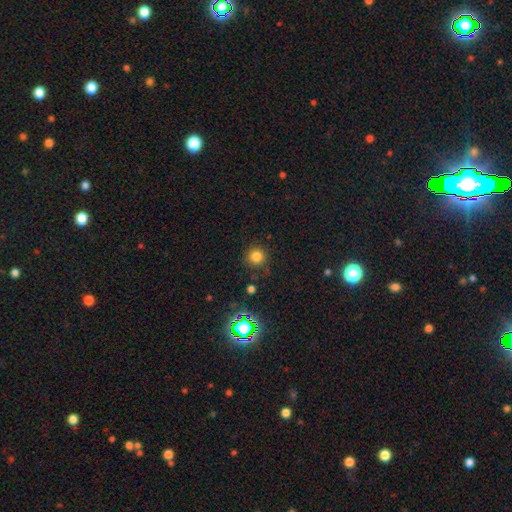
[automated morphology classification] Smooth or featured: smooth — 77% (star or artifact — 17%)
How rounded: round — 93% (in between — 6%)
Merging: none — 80% (minor disturbance — 13%)